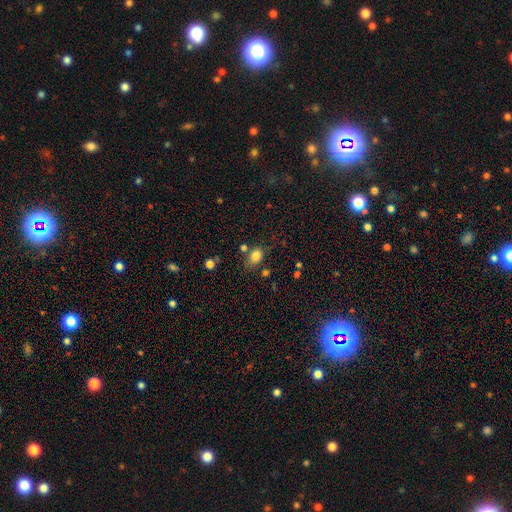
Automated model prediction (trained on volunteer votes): Smooth or featured?
  - smooth: 82% *
  - star or artifact: 11%
  - featured or disk: 7%
How rounded?
  - in between: 69% *
  - round: 30%
  - cigar-shaped: 1%
Merging?
  - none: 68% *
  - minor disturbance: 19%
  - merger: 7%
  - major disturbance: 6%